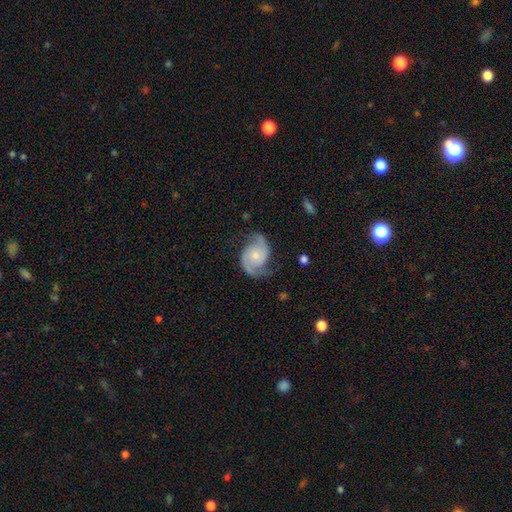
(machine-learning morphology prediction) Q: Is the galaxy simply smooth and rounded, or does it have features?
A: featured or disk — 88%.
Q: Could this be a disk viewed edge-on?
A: no — 98%.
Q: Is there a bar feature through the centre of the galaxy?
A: no — 71%.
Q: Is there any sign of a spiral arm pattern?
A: yes — 97%.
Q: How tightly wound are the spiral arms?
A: medium — 52%.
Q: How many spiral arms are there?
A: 2 — 93%.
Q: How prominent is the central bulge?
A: small — 55%.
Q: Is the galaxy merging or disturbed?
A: none — 75%.